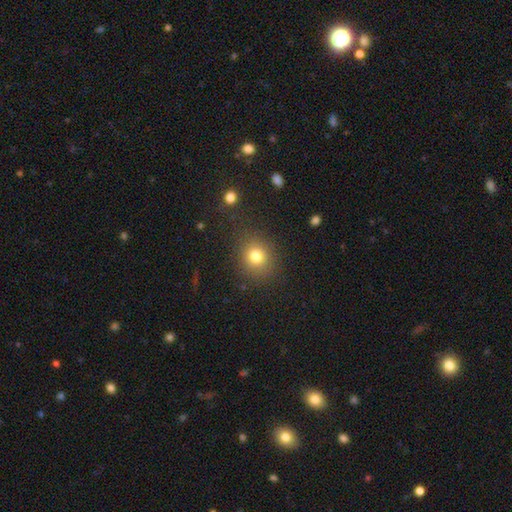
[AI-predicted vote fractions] A smooth galaxy with no disk features (78%) that is round (79%). Merging: none (84%).